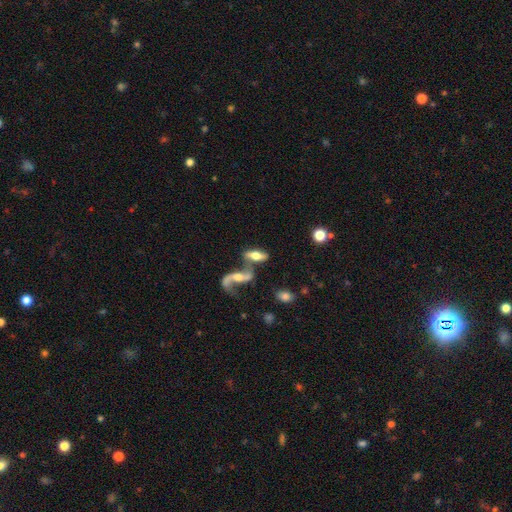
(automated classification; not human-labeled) featured or disk 50%, smooth 42%, star or artifact 8%. Down the decision tree: merging — none (41%).